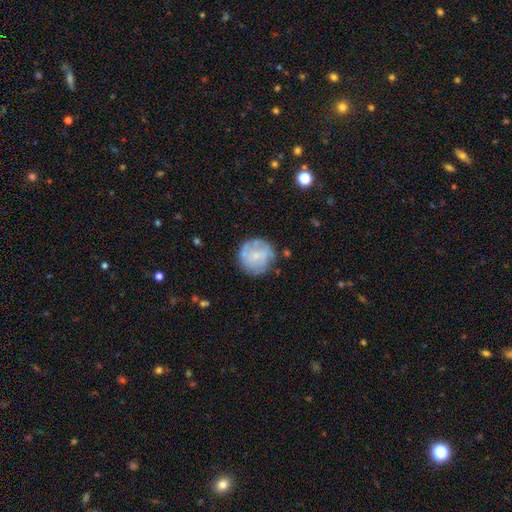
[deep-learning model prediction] The model was most divided on "smooth or featured": featured or disk: 48%, smooth: 45%, star or artifact: 7%. More confident: merging — none (72%).